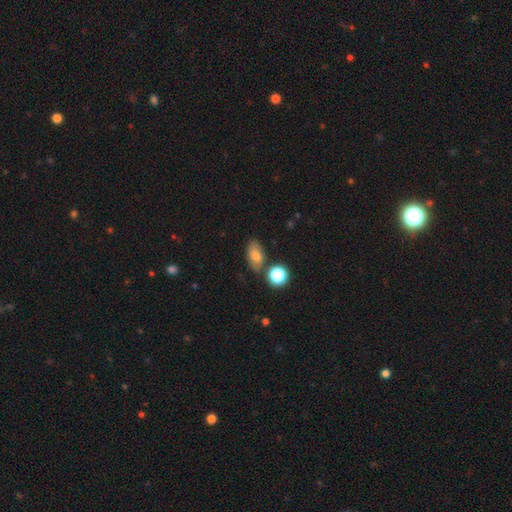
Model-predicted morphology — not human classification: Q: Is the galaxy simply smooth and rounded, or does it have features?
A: smooth — 76%.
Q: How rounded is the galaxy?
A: in between — 87%.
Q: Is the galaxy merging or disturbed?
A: none — 71%.